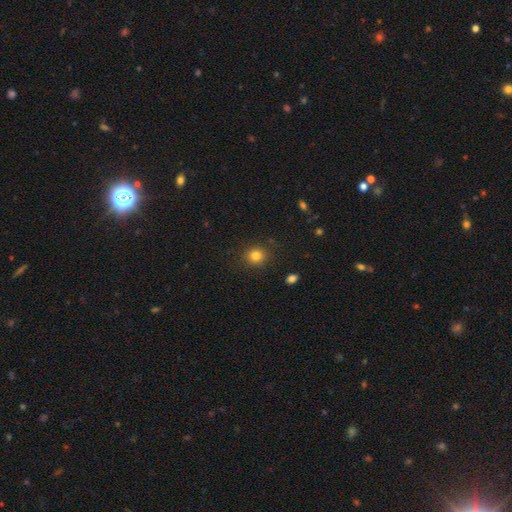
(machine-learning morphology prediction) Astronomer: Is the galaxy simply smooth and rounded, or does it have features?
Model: smooth — 82%.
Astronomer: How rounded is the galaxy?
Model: round — 83%.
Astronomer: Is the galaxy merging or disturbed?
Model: none — 87%.